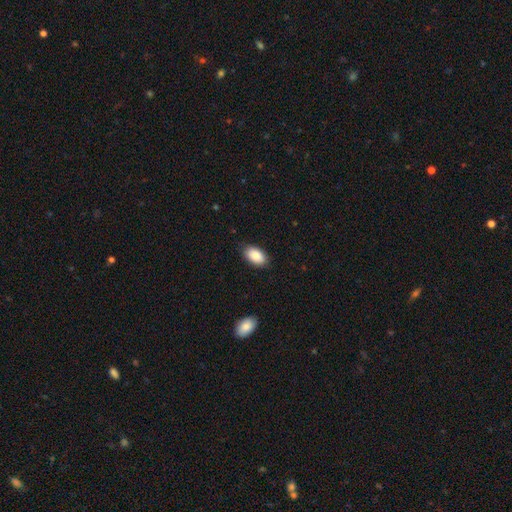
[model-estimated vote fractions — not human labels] The model was most divided on "merging": none: 84%, minor disturbance: 13%, major disturbance: 2%, merger: 1%. More confident: how rounded — in between (94%); smooth or featured — smooth (85%).